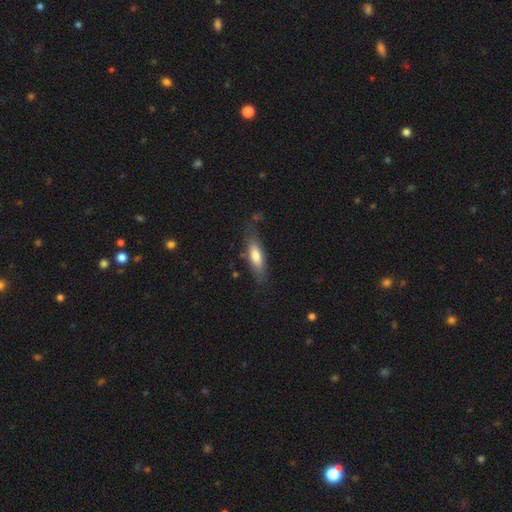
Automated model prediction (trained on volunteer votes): This appears to be a smooth galaxy with no disk features (70%) that is cigar-shaped (51%). Merging: none (70%).